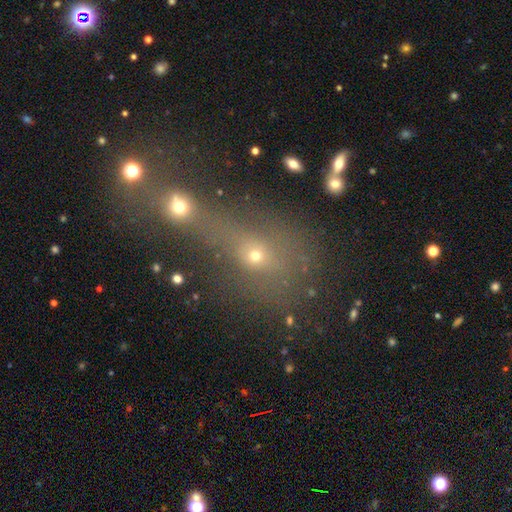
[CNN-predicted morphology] Smooth or featured: smooth — 48% (star or artifact — 35%)
Merging: merger — 65% (none — 20%)